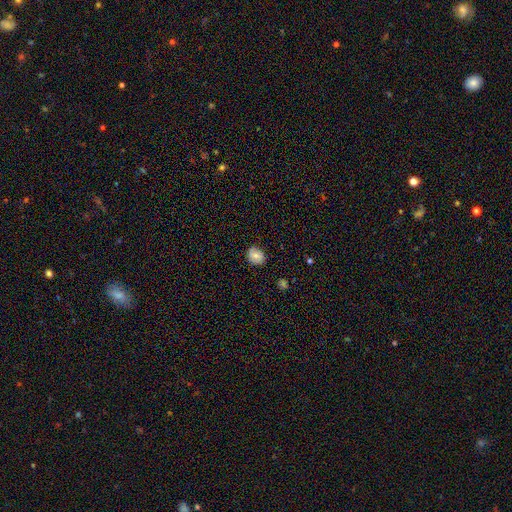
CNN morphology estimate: type=smooth (75%); roundness=round (63%); merging=none (82%).